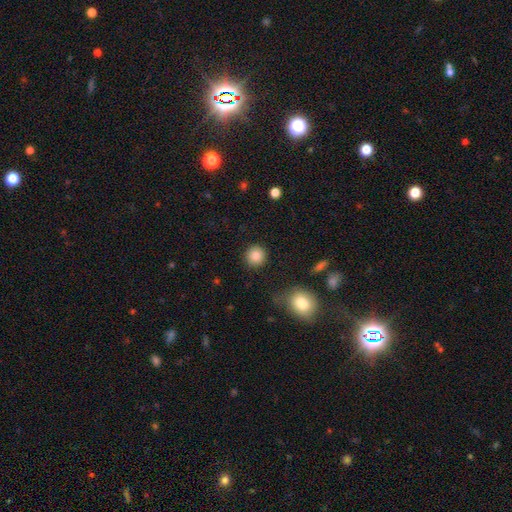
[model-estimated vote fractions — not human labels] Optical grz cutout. It shows a smooth galaxy with no disk features (85%) that is round (92%). Merging: none (89%).